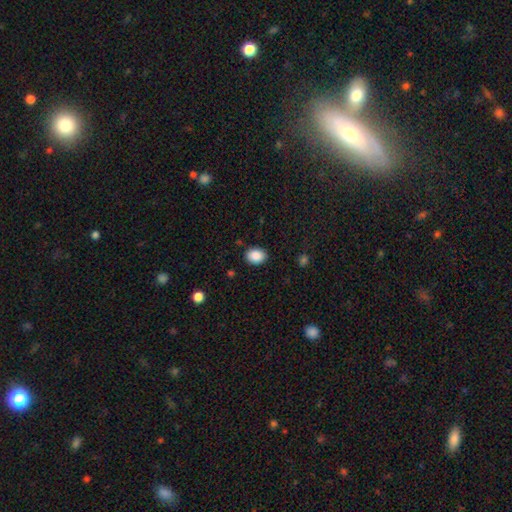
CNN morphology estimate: Overall: smooth (89%). How rounded: in between (67%; round 32%). Merging: none (88%).